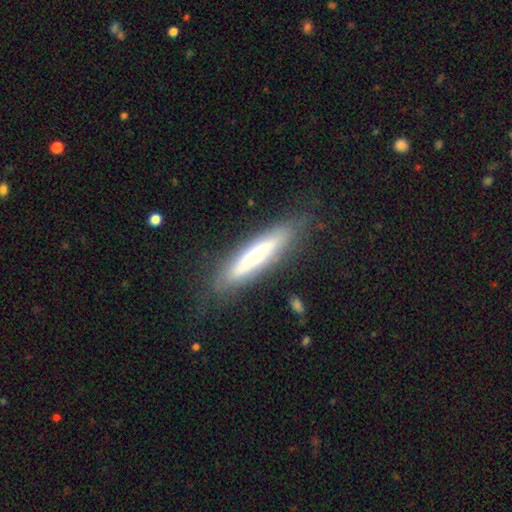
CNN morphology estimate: A featured or disk galaxy (52%) viewed edge-on (68%). Merging: none (78%).